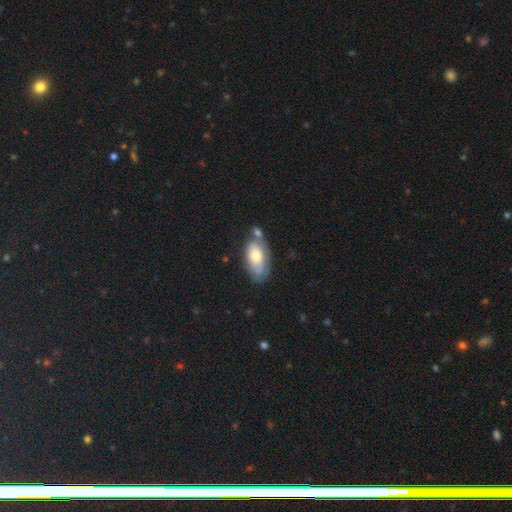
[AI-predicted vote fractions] This appears to be a smooth galaxy with no disk features (59%) that is in between round and cigar-shaped (91%). Merging: none (47%).